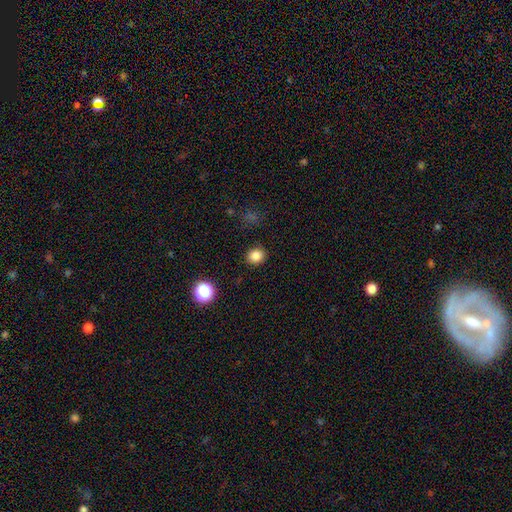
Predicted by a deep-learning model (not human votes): Smooth or featured: smooth — 83% (star or artifact — 12%)
How rounded: round — 77% (in between — 23%)
Merging: none — 89% (minor disturbance — 8%)